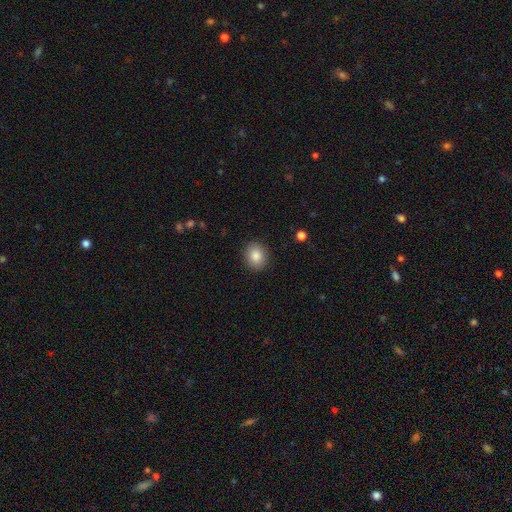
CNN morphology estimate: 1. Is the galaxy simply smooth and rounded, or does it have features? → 86% smooth, 8% star or artifact, 6% featured or disk.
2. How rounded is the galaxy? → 62% round, 37% in between, 1% cigar-shaped.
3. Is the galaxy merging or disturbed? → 90% none, 7% minor disturbance, 2% major disturbance, 1% merger.